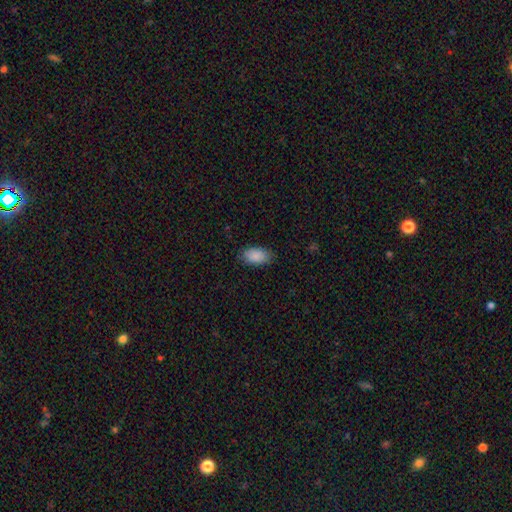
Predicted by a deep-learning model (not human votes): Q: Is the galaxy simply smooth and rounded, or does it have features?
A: smooth — 90%.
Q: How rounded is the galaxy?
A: in between — 94%.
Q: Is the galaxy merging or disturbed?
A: none — 85%.